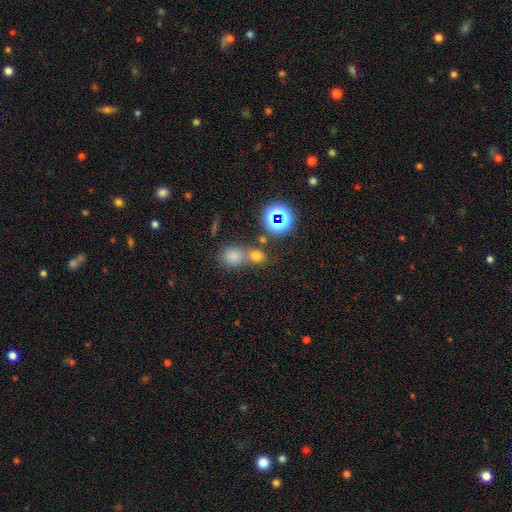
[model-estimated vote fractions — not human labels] A smooth galaxy with no disk features (67%) that is round (64%). Merging: none (49%).